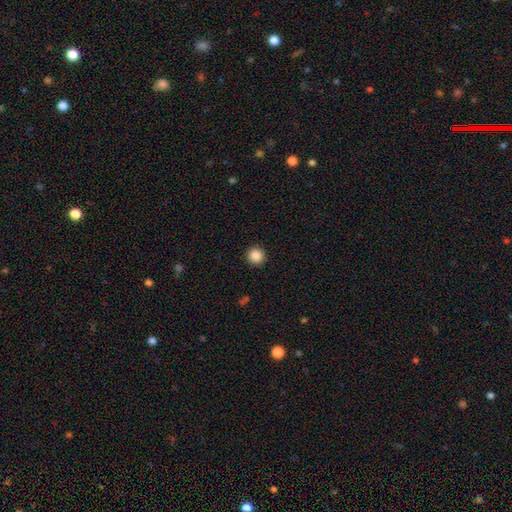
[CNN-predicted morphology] Q: Smooth or featured?
A: smooth (87%); runner-up: star or artifact (10%)
Q: How rounded?
A: round (95%); runner-up: in between (4%)
Q: Merging?
A: none (93%); runner-up: minor disturbance (5%)